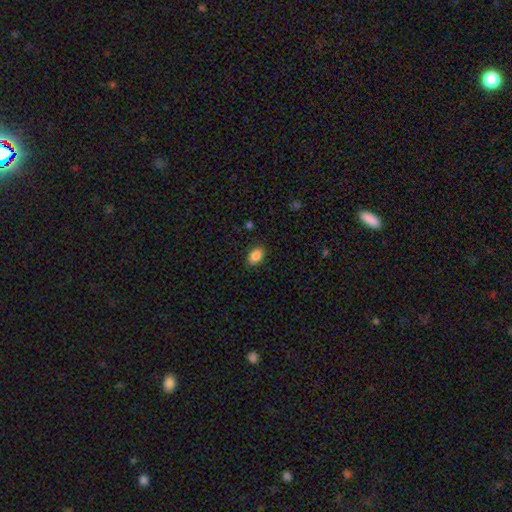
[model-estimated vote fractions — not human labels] Smooth or featured?
  - smooth: 88% *
  - star or artifact: 8%
  - featured or disk: 4%
How rounded?
  - in between: 87% *
  - round: 11%
  - cigar-shaped: 1%
Merging?
  - none: 87% *
  - minor disturbance: 10%
  - major disturbance: 2%
  - merger: 1%